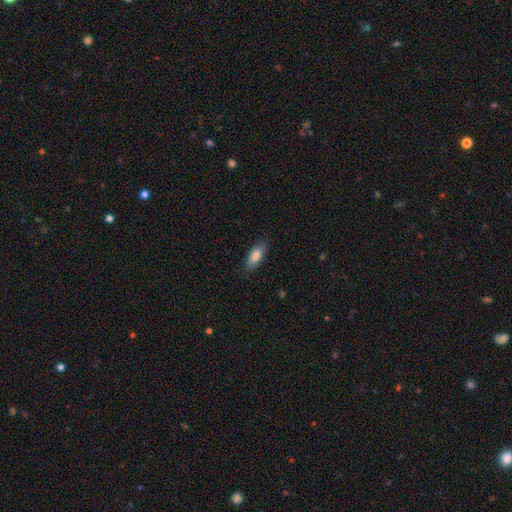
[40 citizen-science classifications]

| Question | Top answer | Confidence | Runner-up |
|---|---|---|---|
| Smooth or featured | smooth | 92% | star or artifact (5%) |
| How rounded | in between | 84% | cigar-shaped (14%) |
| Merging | none | 87% | minor disturbance (8%) |